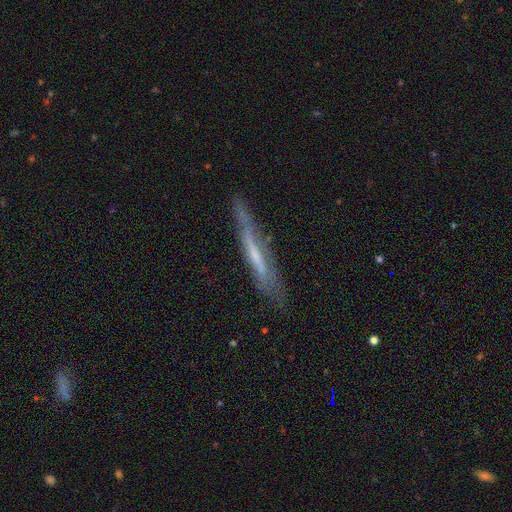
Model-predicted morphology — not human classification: smooth_or_featured: featured or disk (p=0.57) [alt: smooth p=0.35]
disk_edge_on: yes (p=0.80) [alt: no p=0.20]
merging: none (p=0.66) [alt: minor disturbance p=0.24]